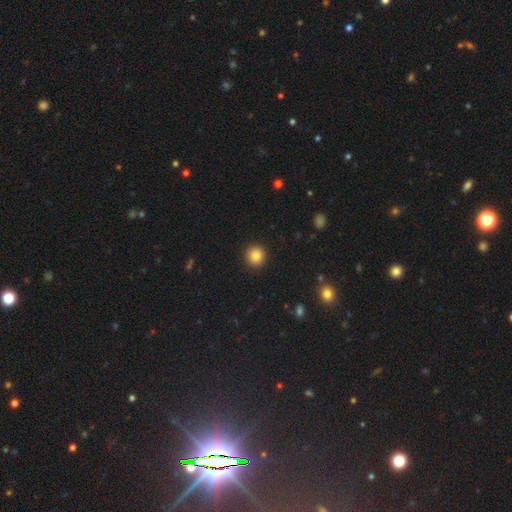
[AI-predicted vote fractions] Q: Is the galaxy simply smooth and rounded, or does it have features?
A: smooth — 85%.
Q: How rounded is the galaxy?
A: round — 93%.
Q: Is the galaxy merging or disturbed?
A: none — 93%.